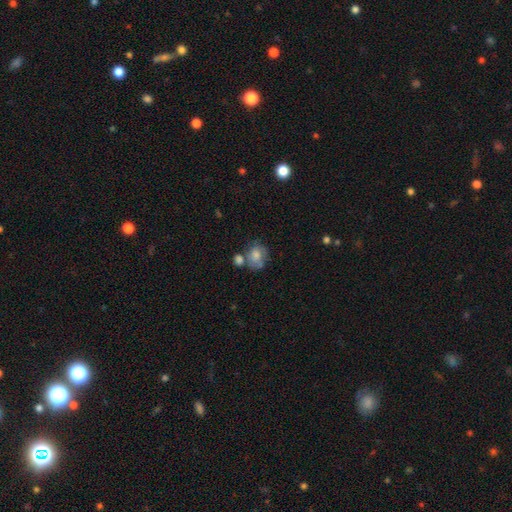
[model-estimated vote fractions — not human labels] Smooth or featured? Predicted: smooth (p=0.69). How rounded? Predicted: round (p=0.51). Merging? Predicted: none (p=0.41).